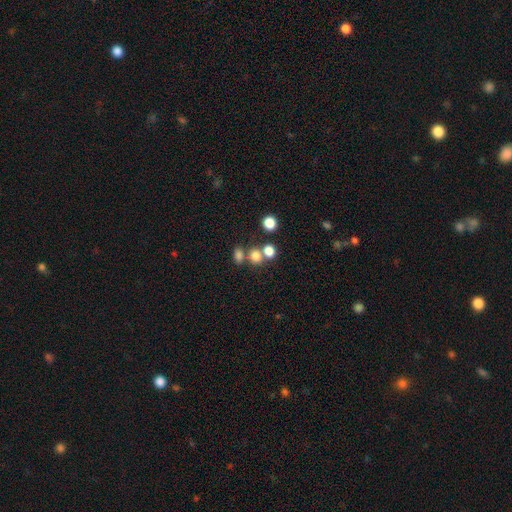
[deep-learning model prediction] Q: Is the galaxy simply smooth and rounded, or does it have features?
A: smooth — 75%.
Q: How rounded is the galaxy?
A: round — 67%.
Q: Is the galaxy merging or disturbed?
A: none — 53%.